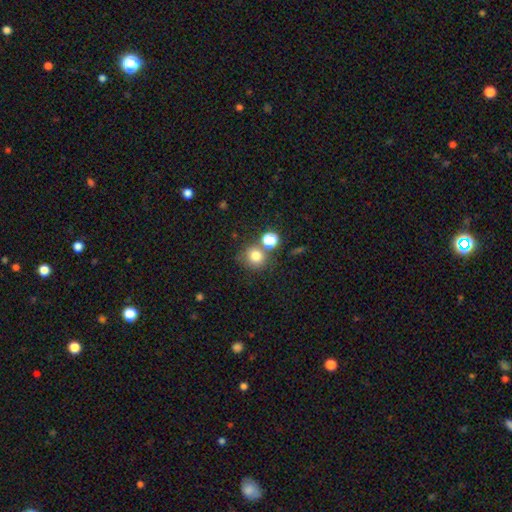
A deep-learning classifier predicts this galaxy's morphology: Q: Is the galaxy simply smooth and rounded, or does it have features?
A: smooth — 79%.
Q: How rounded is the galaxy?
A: round — 85%.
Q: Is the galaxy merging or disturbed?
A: none — 63%.